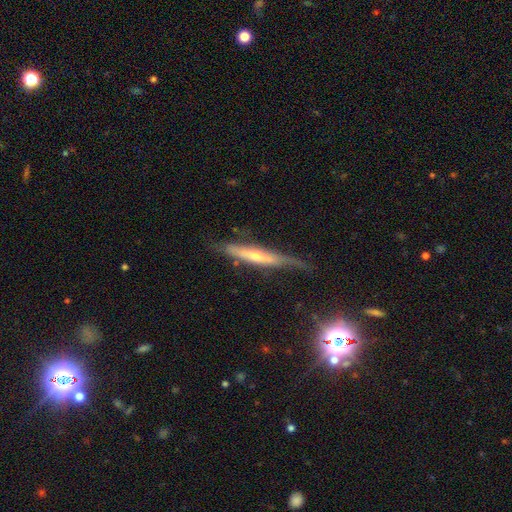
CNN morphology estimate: Smooth or featured: featured or disk — 68% (smooth — 21%)
Edge-on disk: yes — 92% (no — 8%)
Edge-on bulge: rounded — 69% (none — 24%)
Merging: none — 72% (minor disturbance — 21%)